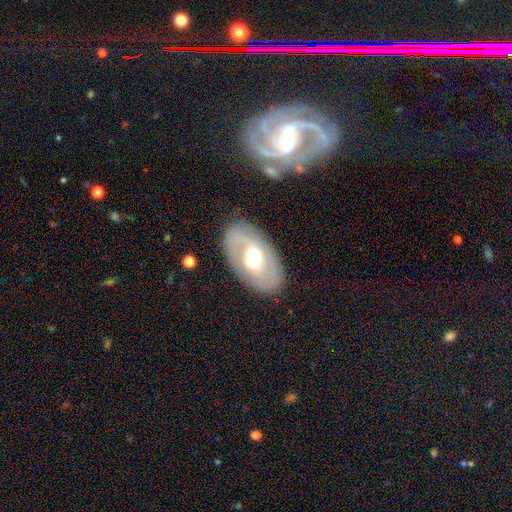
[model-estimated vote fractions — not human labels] The model was most divided on "bar": no: 47%, weak: 38%, strong: 15%. More confident: edge-on disk — no (93%); merging — none (77%); spiral arms — yes (72%); bulge size — moderate (71%); smooth or featured — featured or disk (69%).